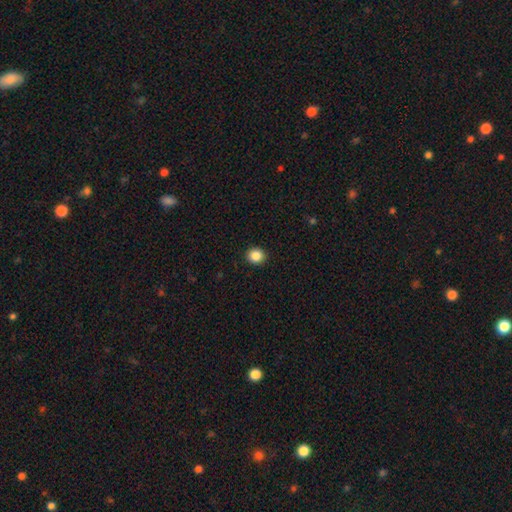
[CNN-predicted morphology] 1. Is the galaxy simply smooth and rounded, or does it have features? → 86% smooth, 10% star or artifact, 4% featured or disk.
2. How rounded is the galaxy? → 81% round, 18% in between, 1% cigar-shaped.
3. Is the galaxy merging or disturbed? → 92% none, 5% minor disturbance, 2% major disturbance, 1% merger.